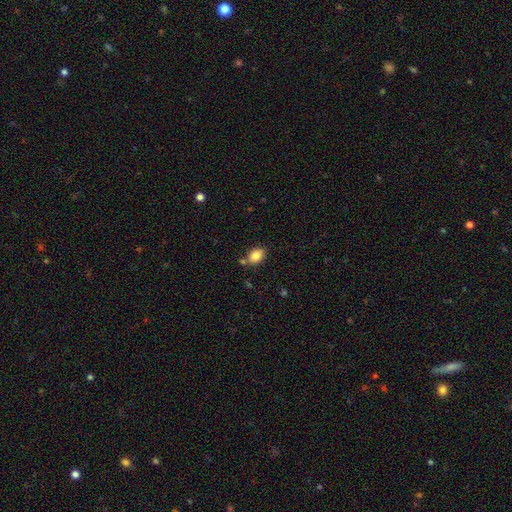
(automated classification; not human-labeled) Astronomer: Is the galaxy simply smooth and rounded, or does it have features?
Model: smooth — 85%.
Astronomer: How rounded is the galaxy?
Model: in between — 74%.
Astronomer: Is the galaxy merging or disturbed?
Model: none — 71%.